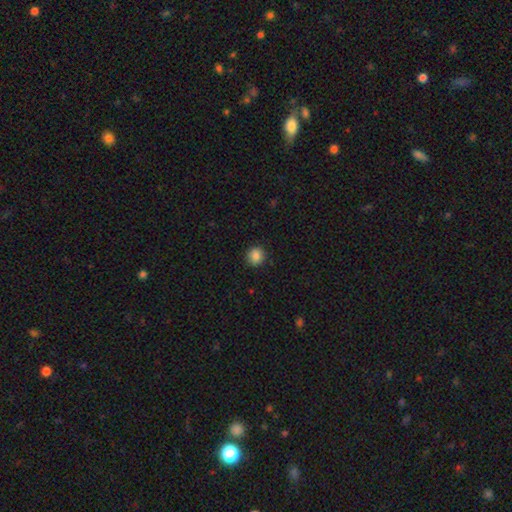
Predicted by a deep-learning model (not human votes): This appears to be a smooth galaxy with no disk features (87%) that is round (90%). Merging: none (90%).